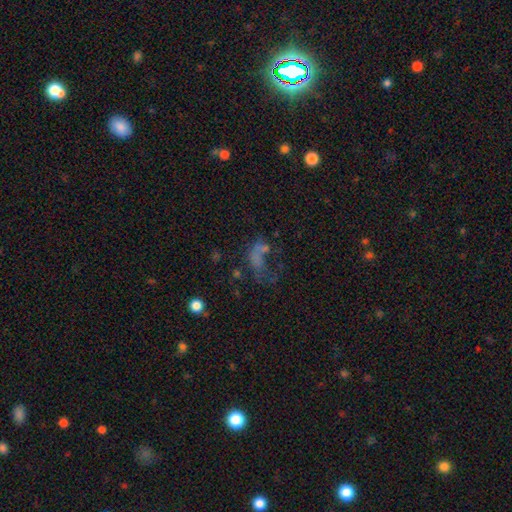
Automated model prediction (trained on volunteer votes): Smooth or featured: smooth — 37% (featured or disk — 35%)
Merging: major disturbance — 44% (none — 29%)